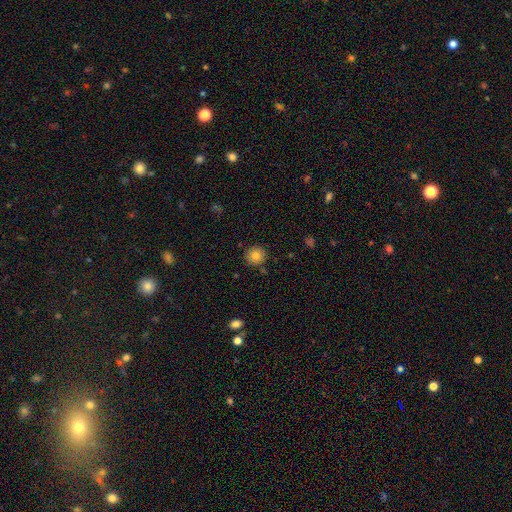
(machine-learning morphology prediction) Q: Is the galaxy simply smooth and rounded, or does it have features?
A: smooth — 80%.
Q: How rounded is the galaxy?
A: round — 93%.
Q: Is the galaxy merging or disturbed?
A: none — 87%.